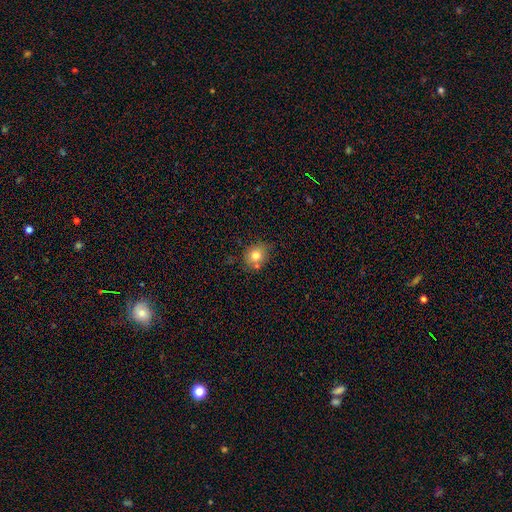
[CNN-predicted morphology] This is likely a smooth galaxy (78%). How rounded: likely round (72%). Merging: likely none (67%).